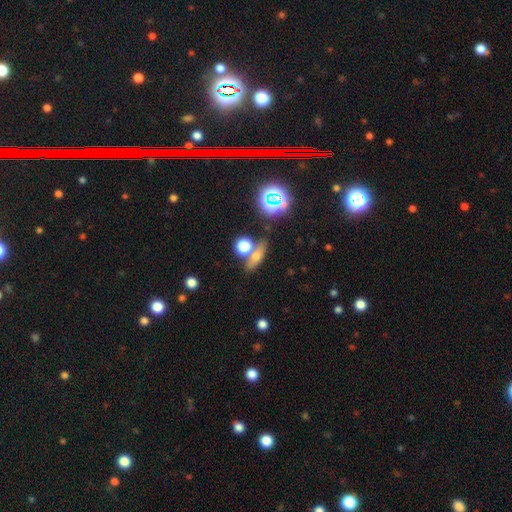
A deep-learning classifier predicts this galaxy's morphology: Smooth or featured: smooth — 56% (featured or disk — 23%)
How rounded: in between — 39% (cigar-shaped — 36%)
Merging: none — 65% (merger — 20%)